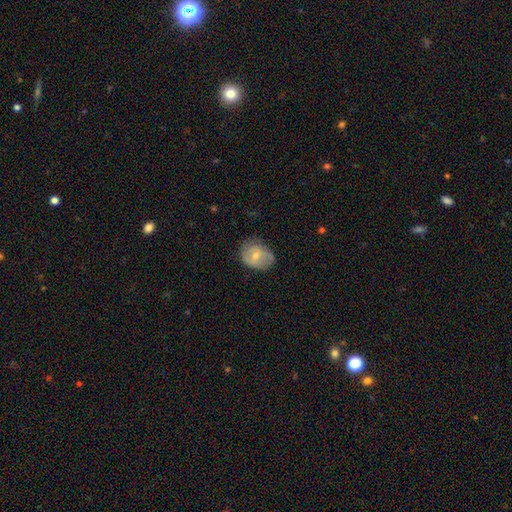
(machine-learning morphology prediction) A smooth galaxy with no disk features (64%) that is in between round and cigar-shaped (53%).

Vote fractions:
- Smooth or featured? smooth: 64% / featured or disk: 29% / star or artifact: 7%
- How rounded? in between: 53% / round: 46% / cigar-shaped: 1%
- Merging? none: 58% / minor disturbance: 31% / major disturbance: 10% / merger: 1%